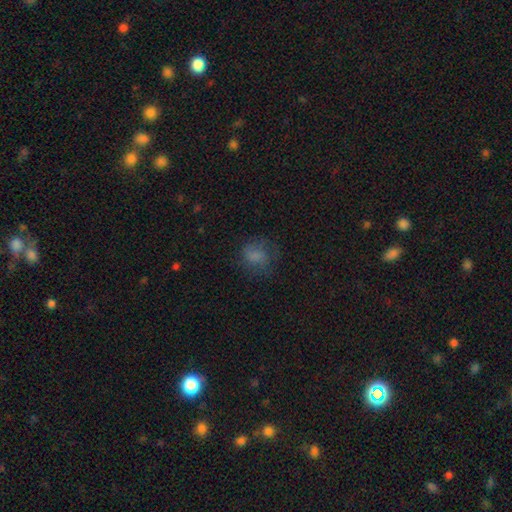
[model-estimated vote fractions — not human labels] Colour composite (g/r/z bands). It shows a smooth galaxy with no disk features (70%) that is round (64%). Merging: none (61%).